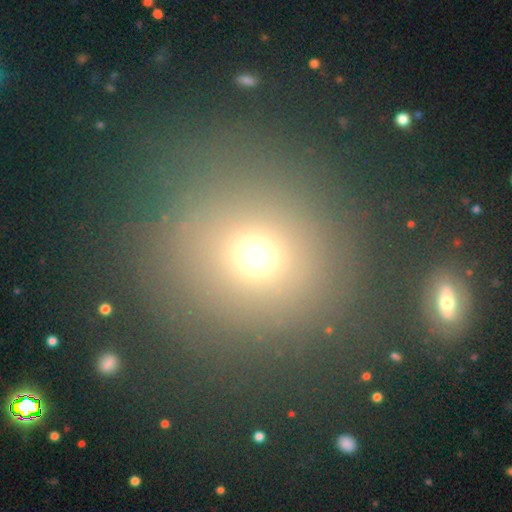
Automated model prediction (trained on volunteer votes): Morphology: type=smooth (69%); roundness=round (82%); merging=none (78%).